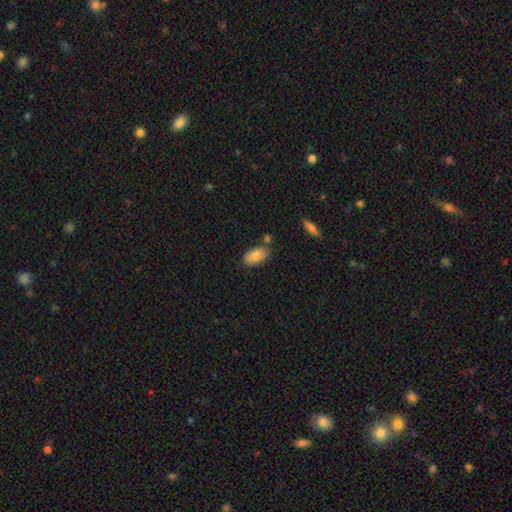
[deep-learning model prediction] Smooth or featured: smooth — 81% (featured or disk — 12%)
How rounded: in between — 93% (round — 4%)
Merging: none — 73% (minor disturbance — 15%)